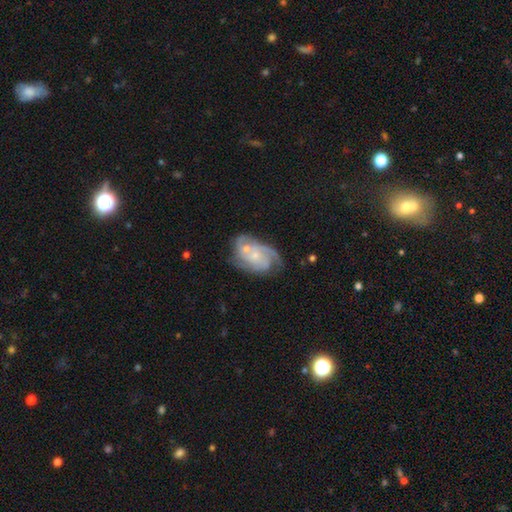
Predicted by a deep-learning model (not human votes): This is likely a featured or disk galaxy (79%). It is clearly not viewed edge-on (97%). Bar: likely no (73%). Spiral arm pattern: clearly yes (93%). Spiral arm count: marginally 2 (39%). Spiral winding: marginally tight (44%). Central bulge: likely small (68%). Merging: marginally none (37%).